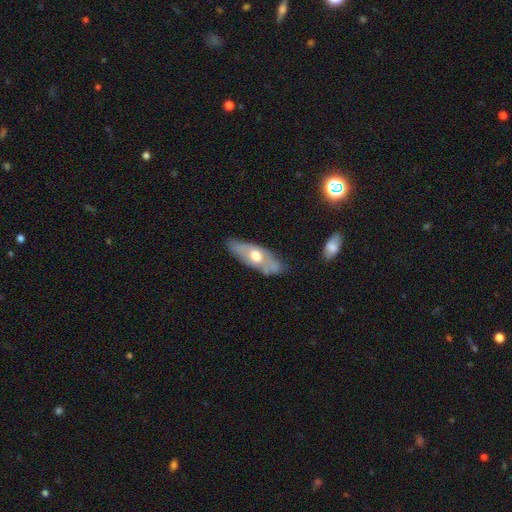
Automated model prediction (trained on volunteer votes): Smooth or featured? Predicted: featured or disk (p=0.50). Merging? Predicted: none (p=0.74).